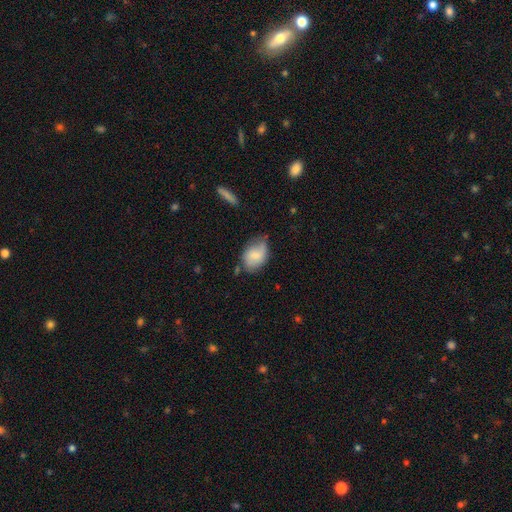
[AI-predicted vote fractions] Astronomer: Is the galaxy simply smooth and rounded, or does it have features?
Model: smooth — 68%.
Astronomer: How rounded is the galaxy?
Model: in between — 82%.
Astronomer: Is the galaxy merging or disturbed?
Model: none — 56% (runner-up: minor disturbance, 32%).